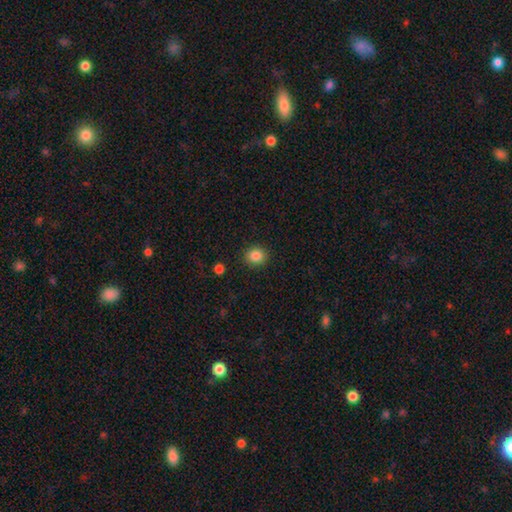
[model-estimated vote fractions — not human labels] A smooth galaxy with no disk features (85%) that is round (82%).

Vote fractions:
- Smooth or featured? smooth: 85% / star or artifact: 10% / featured or disk: 5%
- How rounded? round: 82% / in between: 17% / cigar-shaped: 1%
- Merging? none: 90% / minor disturbance: 6% / major disturbance: 2% / merger: 1%